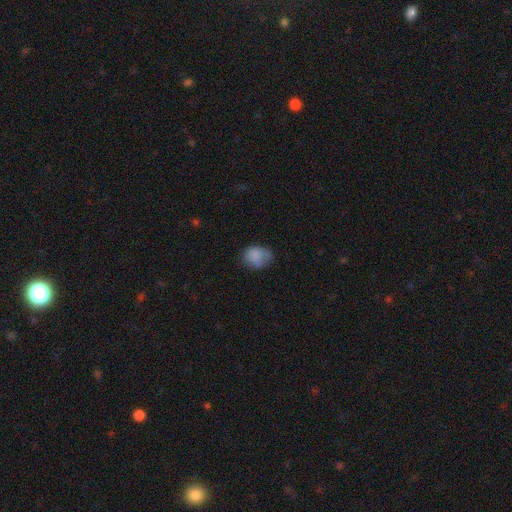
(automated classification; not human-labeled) The model was most divided on "merging": none: 59%, minor disturbance: 29%, major disturbance: 10%, merger: 2%. More confident: smooth or featured — smooth (82%); how rounded — in between (65%).